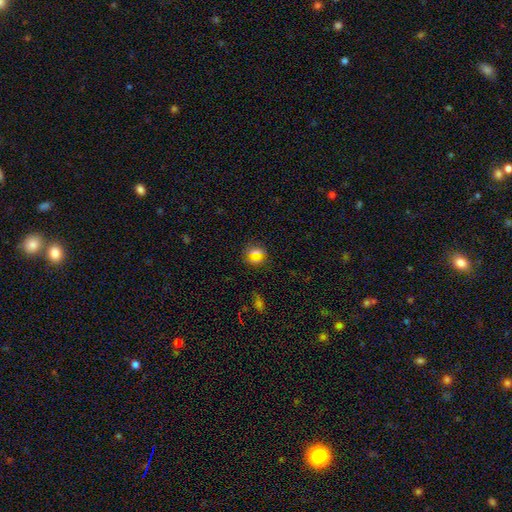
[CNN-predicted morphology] Smooth or featured: smooth — 62% (star or artifact — 28%)
How rounded: round — 83% (in between — 14%)
Merging: none — 79% (minor disturbance — 12%)